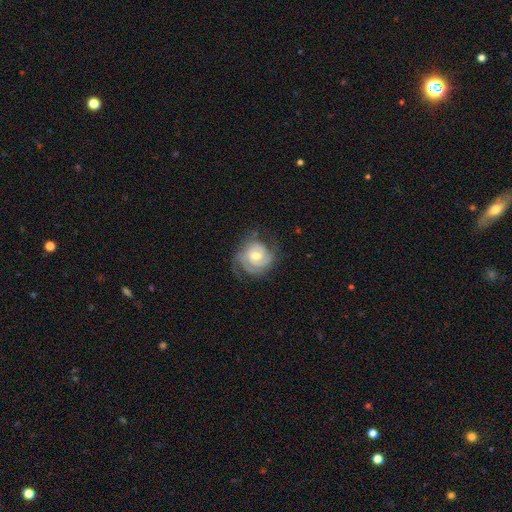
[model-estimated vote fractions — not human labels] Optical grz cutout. It shows a featured or disk galaxy (81%) with no bar (58%), 2 (32%) tight (67%) spiral arms (94%) and a moderate central bulge (67%). Merging: none (66%).